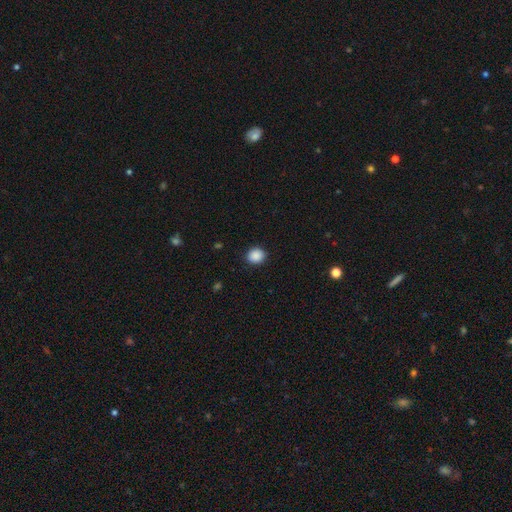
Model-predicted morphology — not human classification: smooth_or_featured: smooth (p=0.89) [alt: star or artifact p=0.09]
how_rounded: round (p=0.79) [alt: in between p=0.20]
merging: none (p=0.91) [alt: minor disturbance p=0.06]